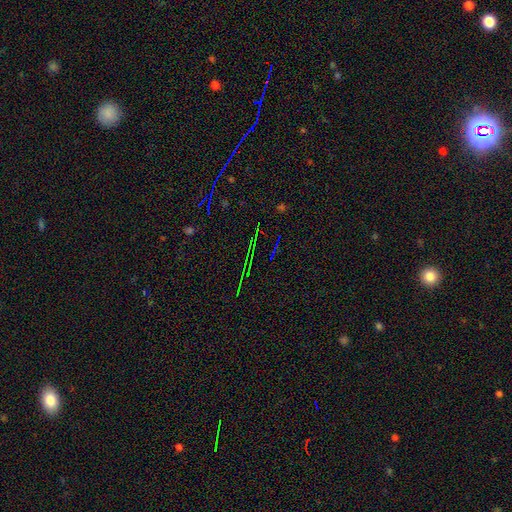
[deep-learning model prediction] This appears to be a star or artifact, not a galaxy (77%).